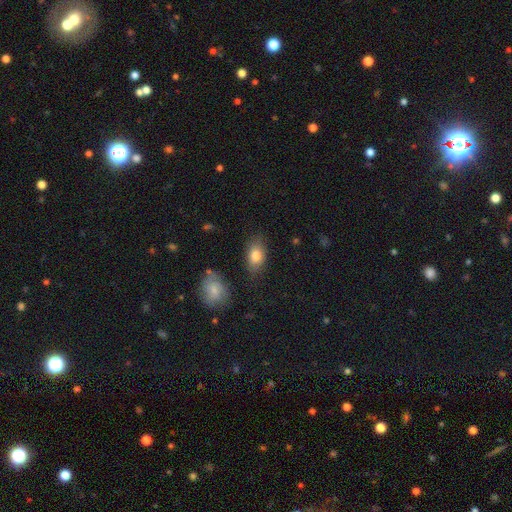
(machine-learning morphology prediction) Smooth or featured? Predicted: smooth (p=0.82). How rounded? Predicted: in between (p=0.87). Merging? Predicted: none (p=0.78).